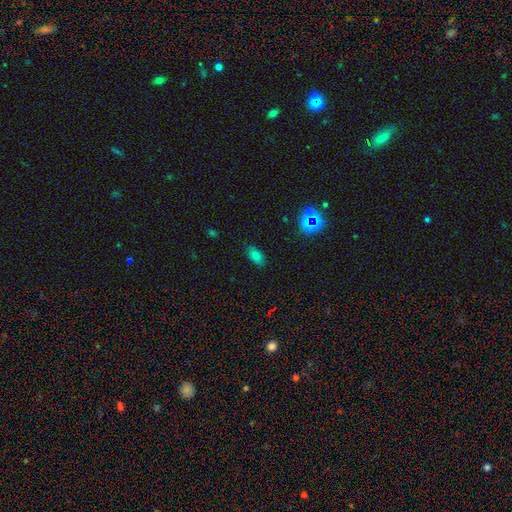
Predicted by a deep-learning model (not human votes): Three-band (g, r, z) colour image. It shows a smooth galaxy with no disk features (74%) that is in between round and cigar-shaped (88%). Merging: none (80%).